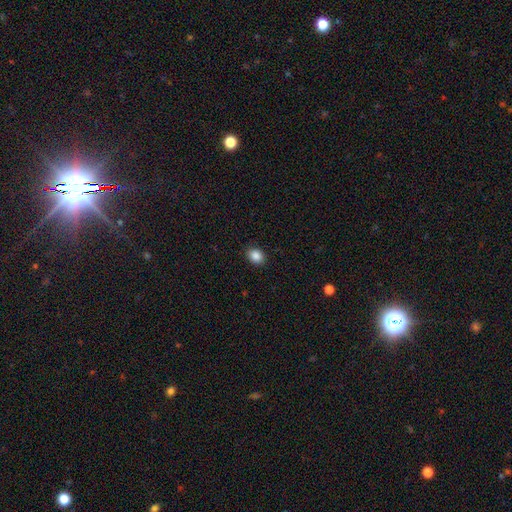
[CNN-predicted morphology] Smooth or featured: smooth — 87% (star or artifact — 9%)
How rounded: in between — 54% (round — 45%)
Merging: none — 90% (minor disturbance — 8%)